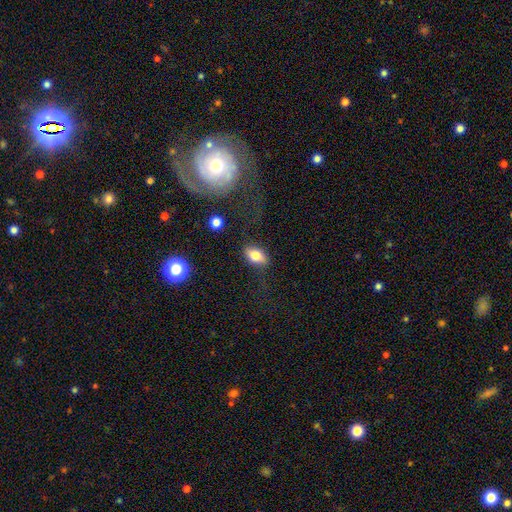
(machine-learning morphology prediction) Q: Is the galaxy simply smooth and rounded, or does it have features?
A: smooth — 75%.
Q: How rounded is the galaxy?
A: in between — 85%.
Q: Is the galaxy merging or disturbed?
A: none — 77%.